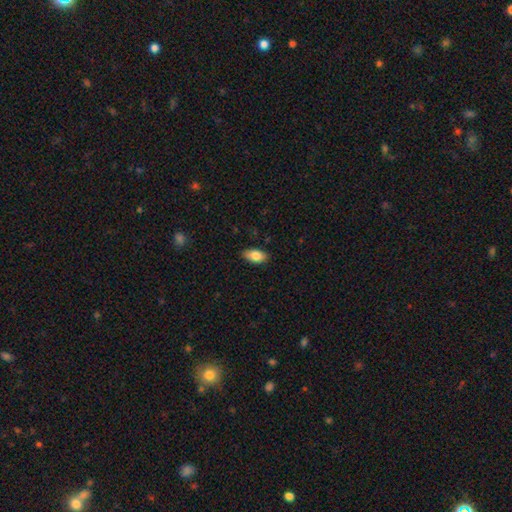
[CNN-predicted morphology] Smooth or featured: smooth — 83% (featured or disk — 10%)
How rounded: in between — 92% (cigar-shaped — 4%)
Merging: none — 86% (minor disturbance — 11%)